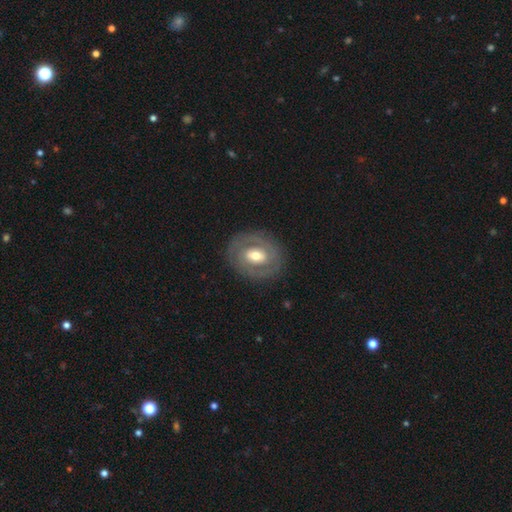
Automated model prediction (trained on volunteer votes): Smooth or featured? Predicted: featured or disk (p=0.63). Edge-on disk? Predicted: no (p=0.95). Bar? Predicted: no (p=0.48). Spiral arms? Predicted: no (p=0.56). Bulge size? Predicted: moderate (p=0.67). Merging? Predicted: none (p=0.82).